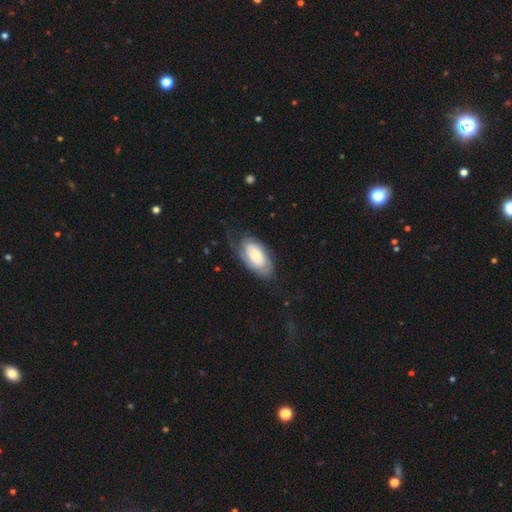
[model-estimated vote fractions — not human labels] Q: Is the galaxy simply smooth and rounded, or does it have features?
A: featured or disk — 56%.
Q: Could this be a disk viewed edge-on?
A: no — 93%.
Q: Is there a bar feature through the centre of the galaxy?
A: no — 76%.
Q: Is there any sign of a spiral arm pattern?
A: yes — 79%.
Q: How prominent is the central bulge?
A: small — 48%.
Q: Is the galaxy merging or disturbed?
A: none — 58%.